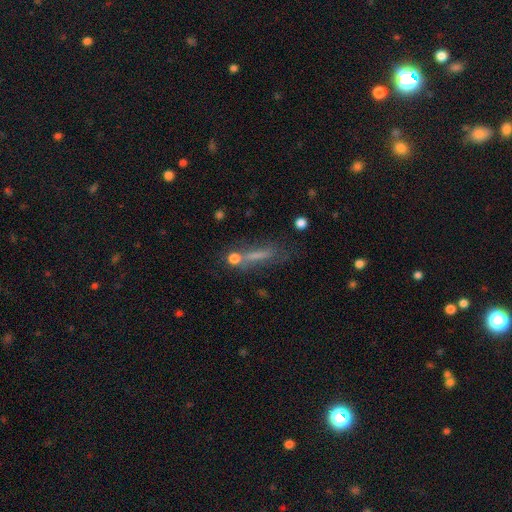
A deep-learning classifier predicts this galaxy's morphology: smooth-or-featured: smooth: 51% | featured or disk: 32% | star or artifact: 17%
  how-rounded: cigar-shaped: 76% | in between: 18% | round: 6%
  merging: none: 51% | minor disturbance: 20% | major disturbance: 17% | merger: 13%